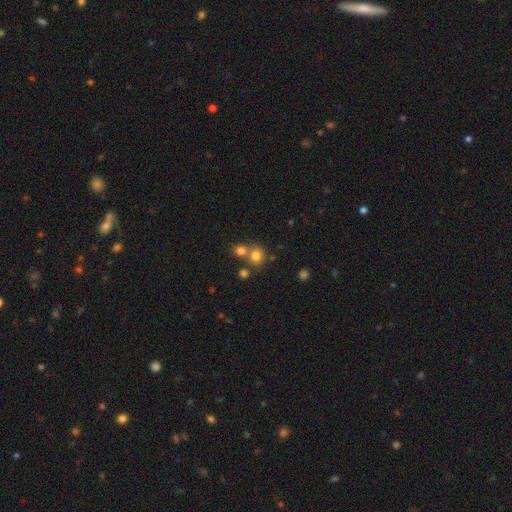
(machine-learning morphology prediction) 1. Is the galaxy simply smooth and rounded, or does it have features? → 76% smooth, 15% star or artifact, 9% featured or disk.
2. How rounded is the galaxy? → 86% round, 13% in between, 1% cigar-shaped.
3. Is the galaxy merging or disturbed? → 55% none, 35% merger, 7% minor disturbance, 3% major disturbance.